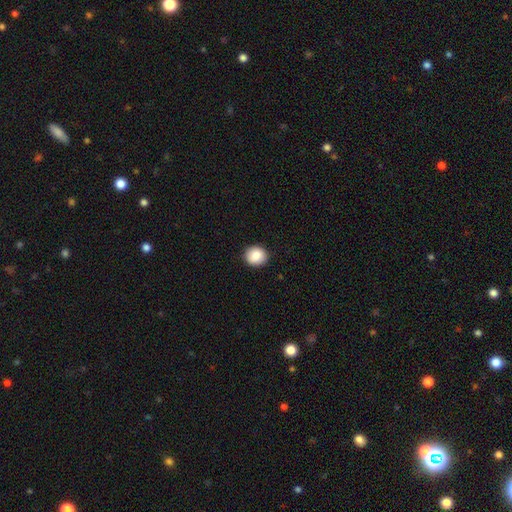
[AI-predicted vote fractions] Smooth or featured?
  - smooth: 87% *
  - star or artifact: 8%
  - featured or disk: 4%
How rounded?
  - round: 81% *
  - in between: 18%
  - cigar-shaped: 1%
Merging?
  - none: 91% *
  - minor disturbance: 6%
  - major disturbance: 2%
  - merger: 1%